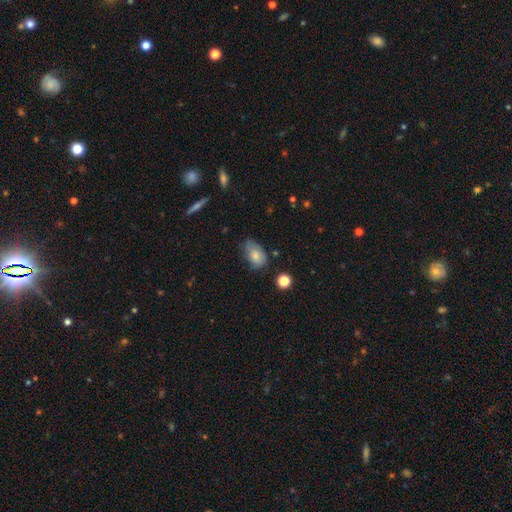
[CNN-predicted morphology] A smooth galaxy with no disk features (77%) that is in between round and cigar-shaped (85%).

Vote fractions:
- Smooth or featured? smooth: 77% / featured or disk: 15% / star or artifact: 9%
- How rounded? in between: 85% / round: 13% / cigar-shaped: 2%
- Merging? none: 45% / minor disturbance: 40% / major disturbance: 12% / merger: 3%